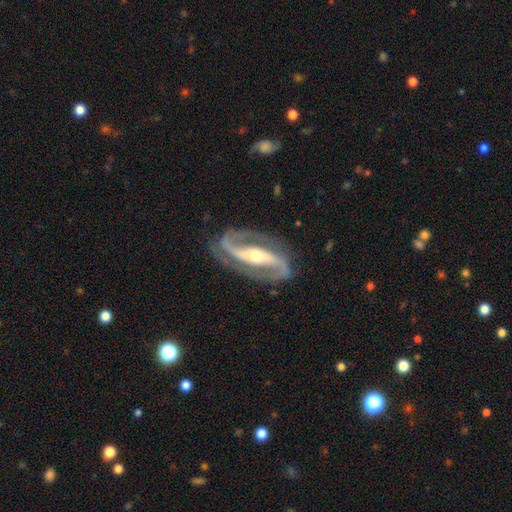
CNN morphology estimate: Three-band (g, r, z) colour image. It shows a featured or disk galaxy (93%) with a strong bar (62%), 2 (94%) medium (53%) spiral arms (98%) and a moderate central bulge (56%). Merging: none (83%).